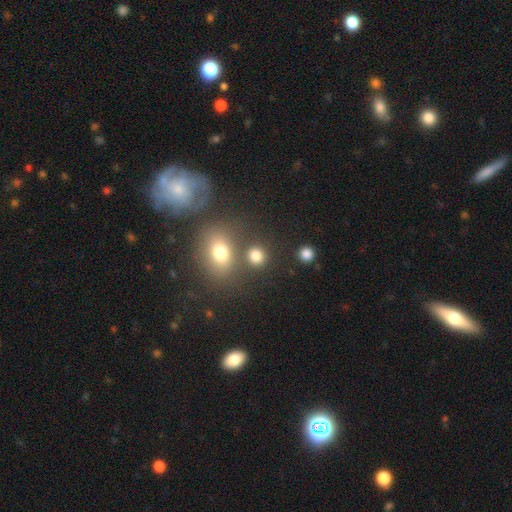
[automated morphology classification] This is likely a smooth galaxy (79%). How rounded: likely round (79%). Merging: likely none (73%).